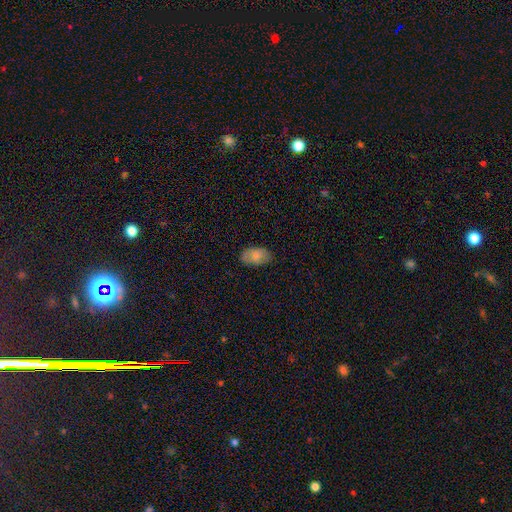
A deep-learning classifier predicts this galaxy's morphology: This appears to be a smooth galaxy with no disk features (79%) that is in between round and cigar-shaped (92%). Merging: none (79%).